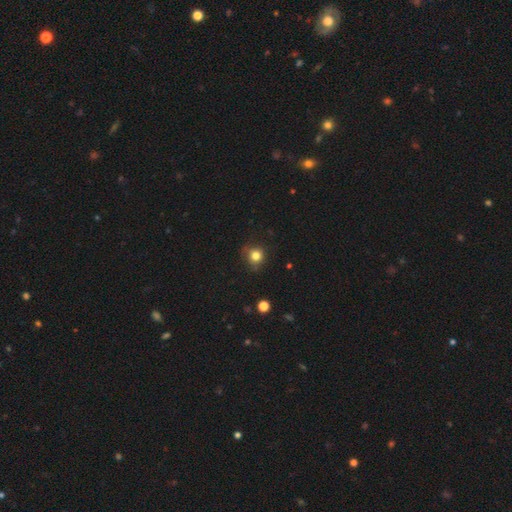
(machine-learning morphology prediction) type=smooth (80%); roundness=round (85%); merging=none (72%).